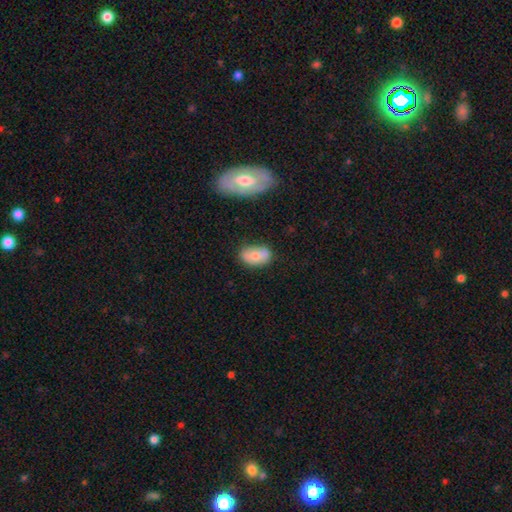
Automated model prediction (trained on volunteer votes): This appears to be a smooth galaxy with no disk features (70%) that is in between round and cigar-shaped (87%). Merging: none (61%).